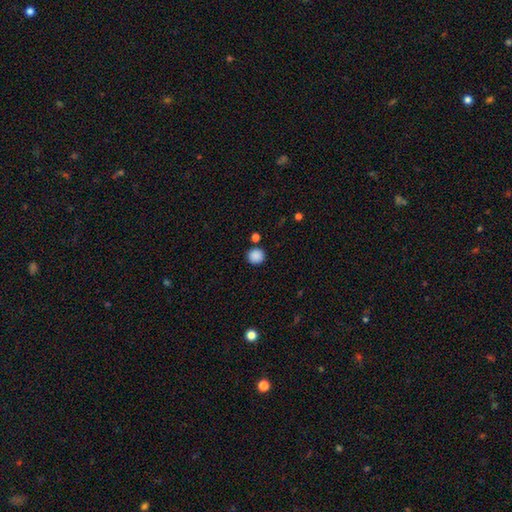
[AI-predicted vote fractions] Q: Smooth or featured?
A: smooth (87%); runner-up: star or artifact (10%)
Q: How rounded?
A: round (93%); runner-up: in between (7%)
Q: Merging?
A: none (84%); runner-up: minor disturbance (8%)